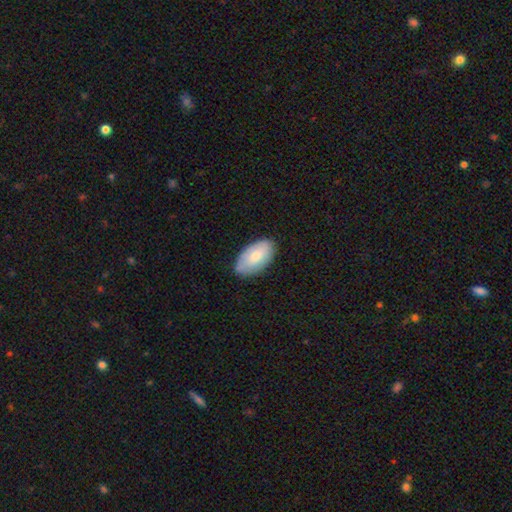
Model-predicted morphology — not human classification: smooth-or-featured: smooth: 75% | featured or disk: 20% | star or artifact: 6%
  how-rounded: in between: 95% | round: 3% | cigar-shaped: 2%
  merging: none: 80% | minor disturbance: 16% | major disturbance: 3% | merger: 1%